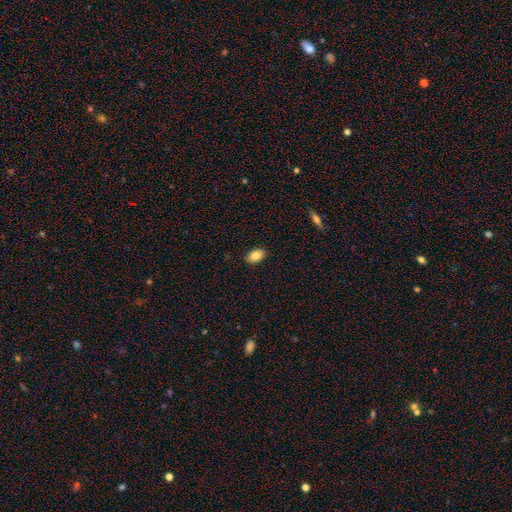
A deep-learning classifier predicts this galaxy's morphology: This appears to be a smooth galaxy with no disk features (85%) that is in between round and cigar-shaped (90%). Merging: none (89%).